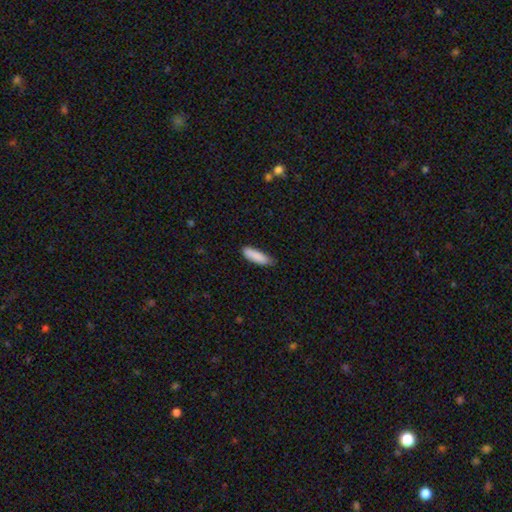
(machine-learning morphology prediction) This is clearly a smooth galaxy (89%). How rounded: possibly cigar-shaped (58%). Merging: likely none (76%).